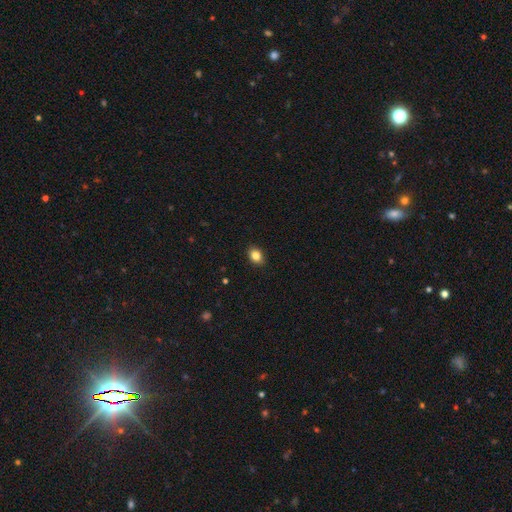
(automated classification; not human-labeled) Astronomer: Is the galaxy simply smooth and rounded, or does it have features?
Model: smooth — 85%.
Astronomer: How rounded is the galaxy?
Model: in between — 67%.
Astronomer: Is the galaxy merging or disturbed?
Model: none — 90%.